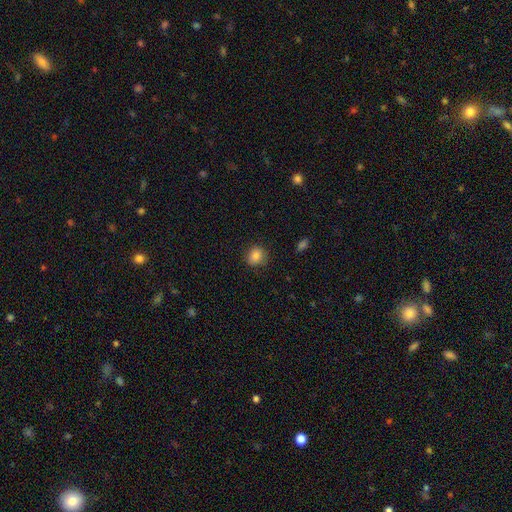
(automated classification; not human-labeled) smooth-or-featured: smooth: 83% | star or artifact: 10% | featured or disk: 7%
  how-rounded: round: 78% | in between: 21% | cigar-shaped: 1%
  merging: none: 83% | minor disturbance: 13% | major disturbance: 3% | merger: 1%